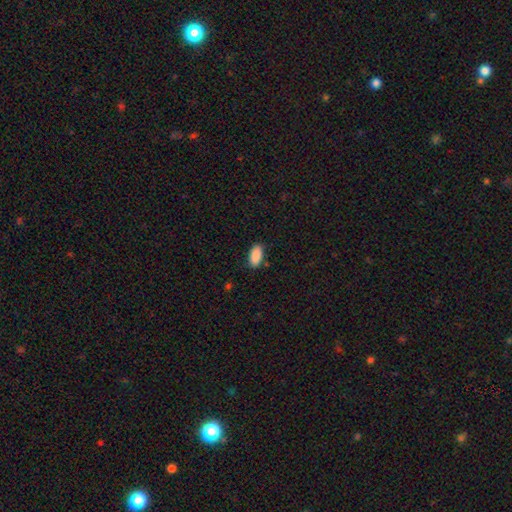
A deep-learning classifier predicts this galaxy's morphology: Overall: smooth (90%). How rounded: in between (93%). Merging: none (85%).